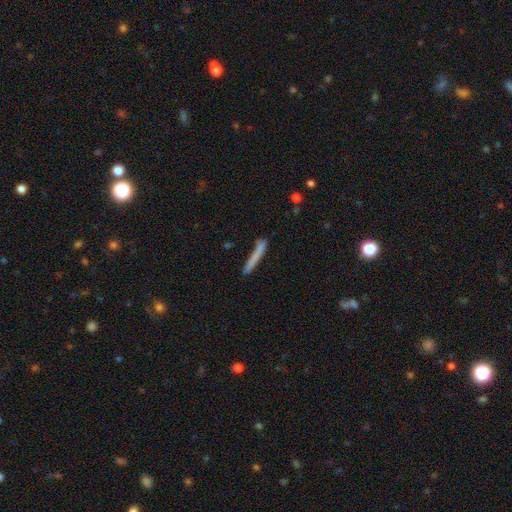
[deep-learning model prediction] smooth-or-featured: smooth: 72% | featured or disk: 21% | star or artifact: 7%
  how-rounded: cigar-shaped: 96% | in between: 3% | round: 1%
  merging: none: 79% | minor disturbance: 14% | merger: 3% | major disturbance: 3%